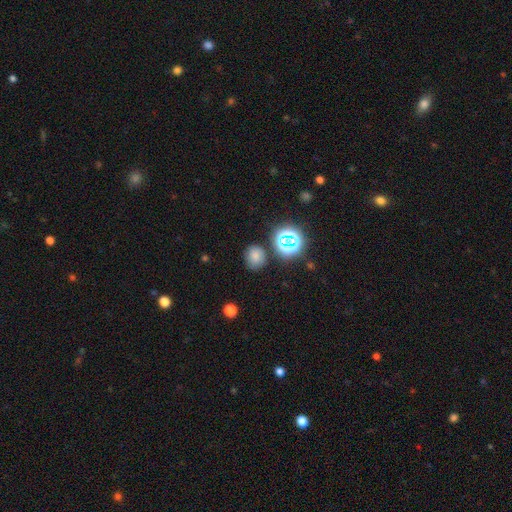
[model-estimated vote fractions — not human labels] Smooth or featured: smooth — 72% (star or artifact — 21%)
How rounded: round — 68% (in between — 31%)
Merging: none — 76% (minor disturbance — 14%)